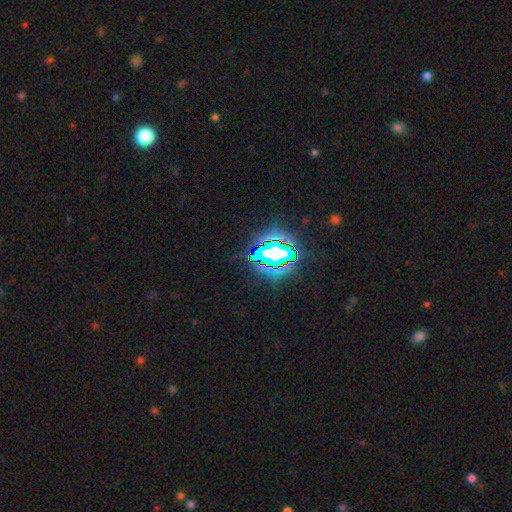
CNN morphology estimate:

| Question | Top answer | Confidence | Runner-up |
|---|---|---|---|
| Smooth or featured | star or artifact | 74% | smooth (14%) |